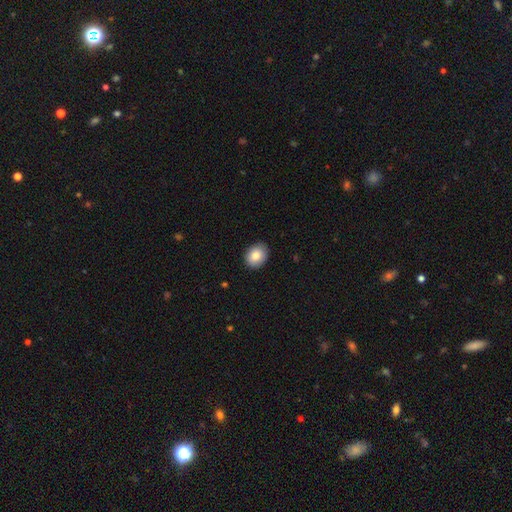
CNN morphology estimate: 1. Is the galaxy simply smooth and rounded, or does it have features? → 84% smooth, 8% featured or disk, 7% star or artifact.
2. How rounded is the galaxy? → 55% in between, 44% round, 1% cigar-shaped.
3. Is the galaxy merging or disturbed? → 88% none, 9% minor disturbance, 2% major disturbance, 1% merger.